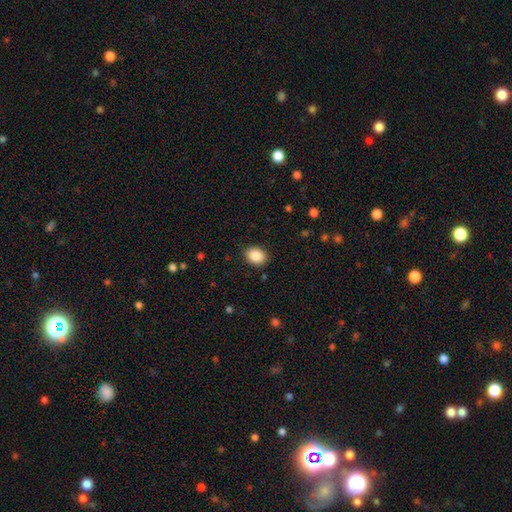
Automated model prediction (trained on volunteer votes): This is clearly a smooth galaxy (88%). How rounded: possibly in between (59%). Merging: clearly none (89%).